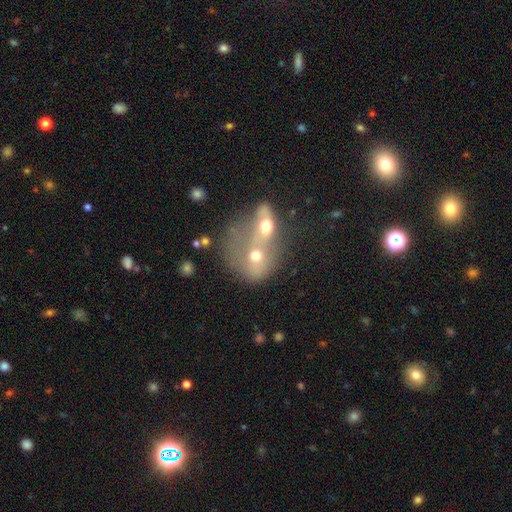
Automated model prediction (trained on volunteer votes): Smooth or featured? Predicted: smooth (p=0.56). How rounded? Predicted: round (p=0.54). Merging? Predicted: merger (p=0.79).